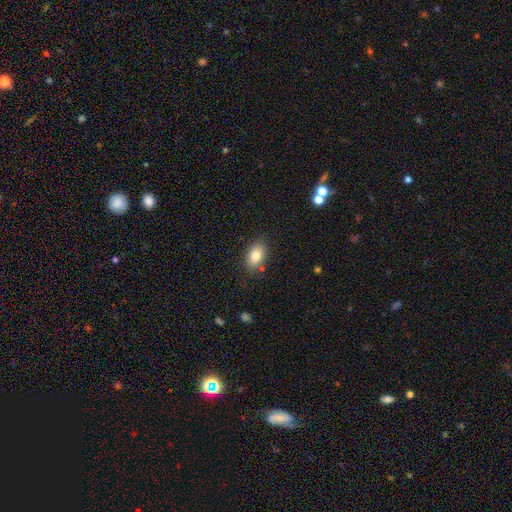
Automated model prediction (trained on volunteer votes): smooth-or-featured: smooth: 83% | featured or disk: 9% | star or artifact: 8%
  how-rounded: in between: 88% | round: 10% | cigar-shaped: 2%
  merging: none: 82% | minor disturbance: 13% | major disturbance: 3% | merger: 3%